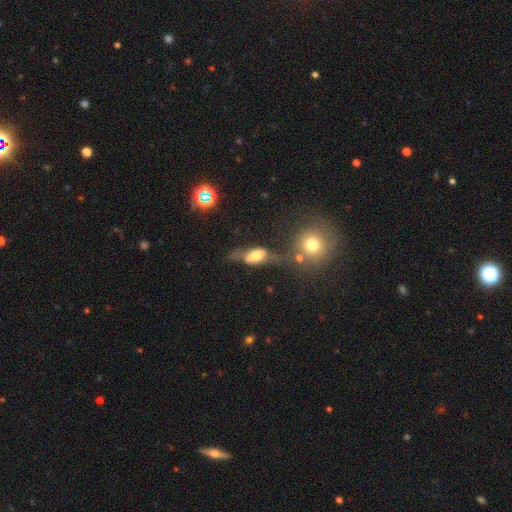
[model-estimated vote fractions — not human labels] featured or disk 49%, smooth 41%, star or artifact 10%. Down the decision tree: merging — none (34%).